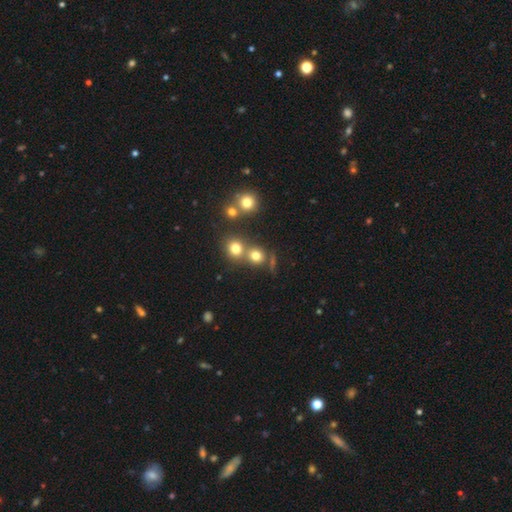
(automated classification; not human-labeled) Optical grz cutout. It shows a smooth galaxy with no disk features (75%) that is round (87%). Merging: none (58%).